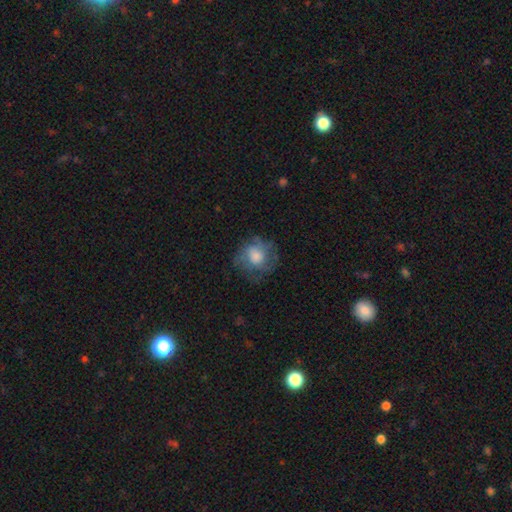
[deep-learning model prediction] Smooth or featured?
  - smooth: 56% *
  - featured or disk: 34%
  - star or artifact: 10%
How rounded?
  - round: 81% *
  - in between: 18%
  - cigar-shaped: 1%
Merging?
  - none: 61% *
  - minor disturbance: 21%
  - major disturbance: 16%
  - merger: 1%